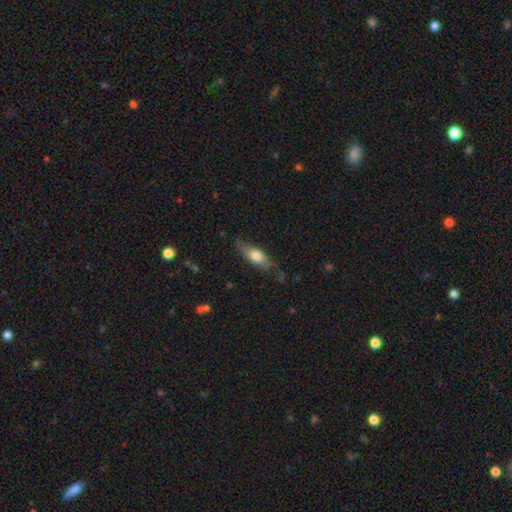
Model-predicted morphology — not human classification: This is possibly a smooth galaxy (59%). How rounded: likely in between (70%). Merging: likely none (63%).